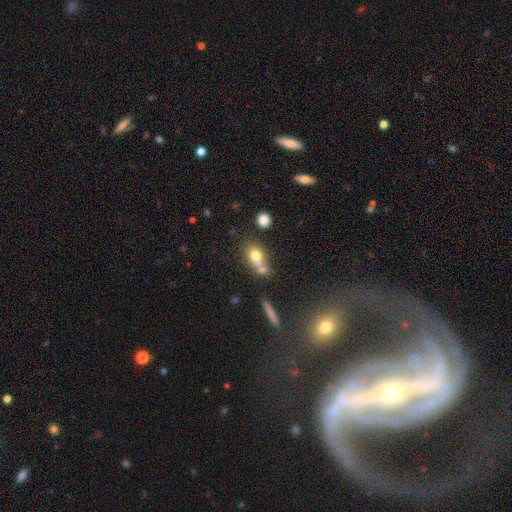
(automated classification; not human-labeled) Smooth or featured: smooth — 70% (featured or disk — 18%)
How rounded: round — 51% (in between — 44%)
Merging: merger — 52% (none — 31%)